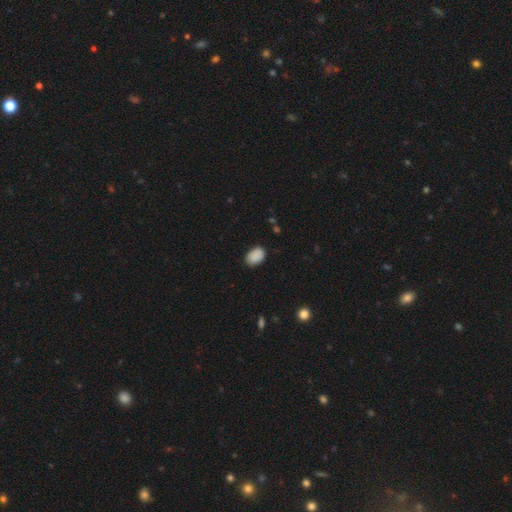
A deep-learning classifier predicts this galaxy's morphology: Q: Smooth or featured?
A: smooth (89%); runner-up: star or artifact (8%)
Q: How rounded?
A: in between (84%); runner-up: round (15%)
Q: Merging?
A: none (84%); runner-up: minor disturbance (12%)